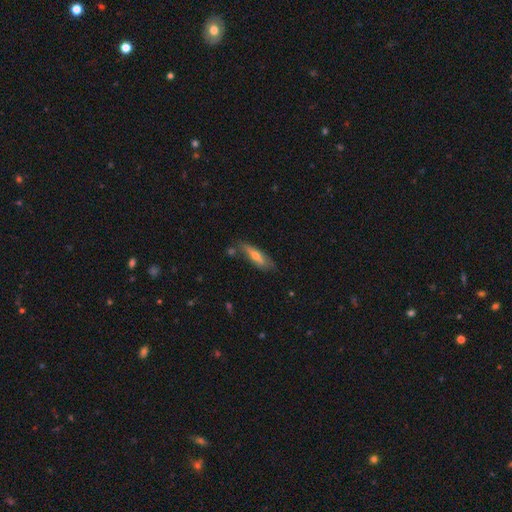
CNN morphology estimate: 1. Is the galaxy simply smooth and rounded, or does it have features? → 47% smooth, 46% featured or disk, 7% star or artifact.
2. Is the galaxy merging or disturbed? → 66% none, 22% minor disturbance, 6% merger, 6% major disturbance.